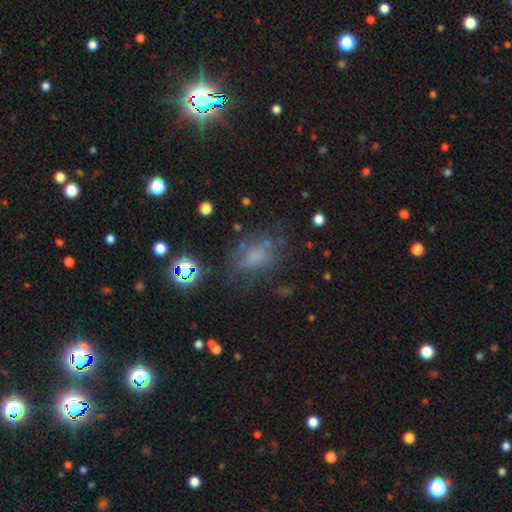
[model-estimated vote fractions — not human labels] Smooth or featured: smooth — 52% (star or artifact — 24%)
How rounded: in between — 75% (round — 21%)
Merging: none — 55% (minor disturbance — 22%)